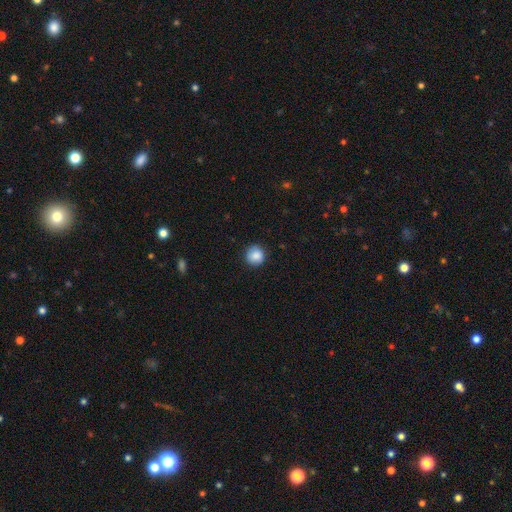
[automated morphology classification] The model was most divided on "smooth or featured": smooth: 87%, star or artifact: 9%, featured or disk: 4%. More confident: how rounded — round (94%); merging — none (88%).